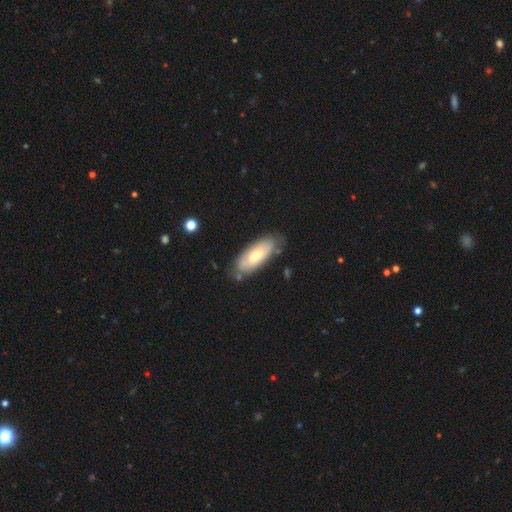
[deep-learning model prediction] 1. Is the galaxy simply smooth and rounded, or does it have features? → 59% smooth, 35% featured or disk, 5% star or artifact.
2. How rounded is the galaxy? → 76% in between, 22% cigar-shaped, 2% round.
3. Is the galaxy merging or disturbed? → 71% none, 20% minor disturbance, 5% major disturbance, 3% merger.